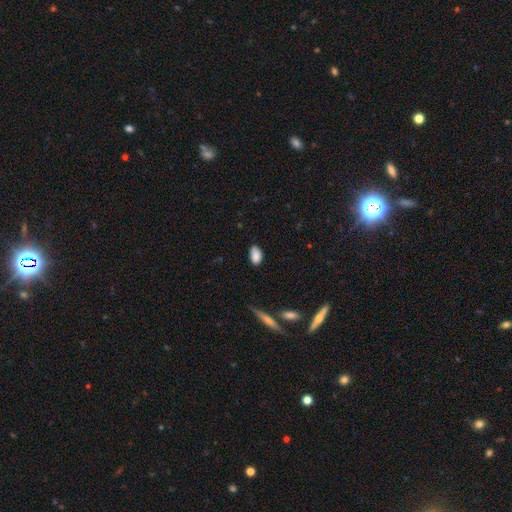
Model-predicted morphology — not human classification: Smooth or featured? smooth (87%)
How rounded? in between (92%)
Merging? none (77%)